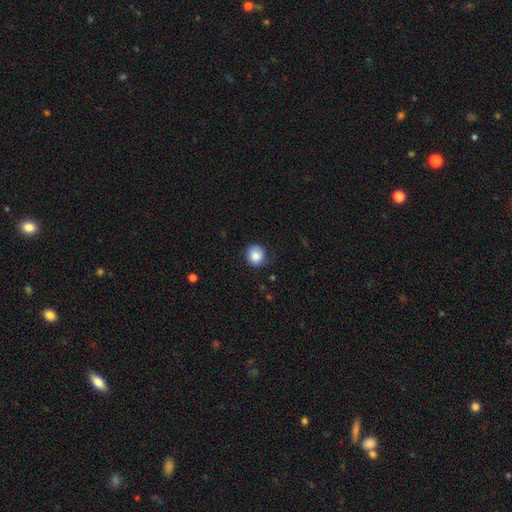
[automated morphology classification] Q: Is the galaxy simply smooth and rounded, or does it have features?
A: smooth — 83%.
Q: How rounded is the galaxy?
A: round — 84%.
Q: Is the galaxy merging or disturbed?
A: none — 70%.